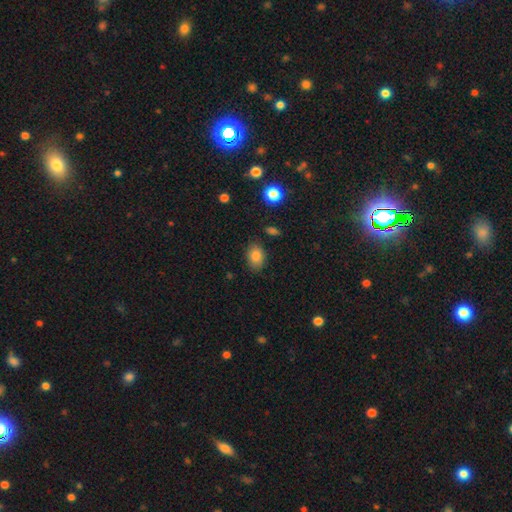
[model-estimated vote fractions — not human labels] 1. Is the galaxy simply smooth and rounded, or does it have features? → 83% smooth, 10% star or artifact, 7% featured or disk.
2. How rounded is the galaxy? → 76% in between, 23% round, 1% cigar-shaped.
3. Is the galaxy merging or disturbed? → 81% none, 14% minor disturbance, 3% major disturbance, 2% merger.